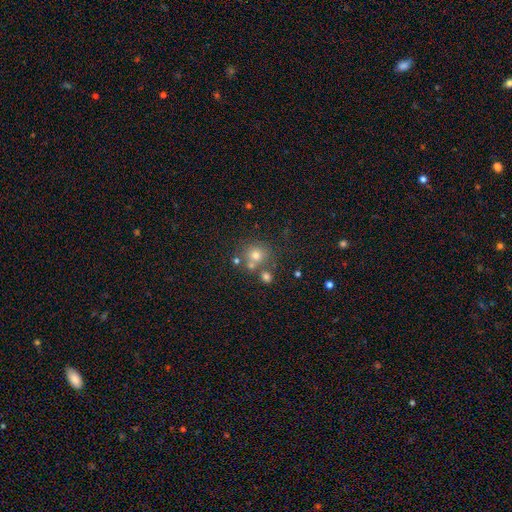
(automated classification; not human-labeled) Smooth or featured: smooth — 67% (star or artifact — 19%)
How rounded: round — 87% (in between — 12%)
Merging: none — 61% (merger — 25%)